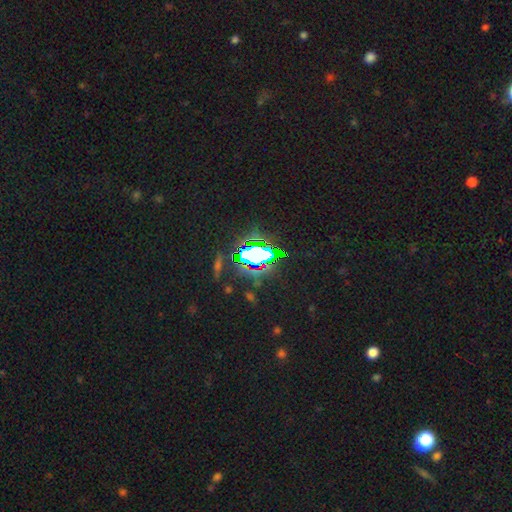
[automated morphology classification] Overall: star or artifact (65%).